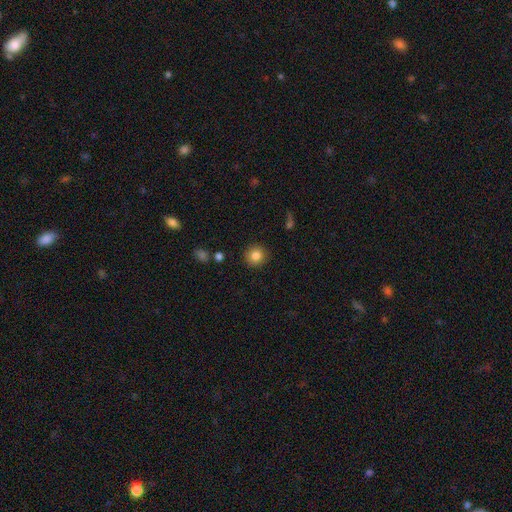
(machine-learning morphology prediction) Smooth or featured: smooth — 84% (star or artifact — 10%)
How rounded: round — 90% (in between — 9%)
Merging: none — 90% (minor disturbance — 6%)